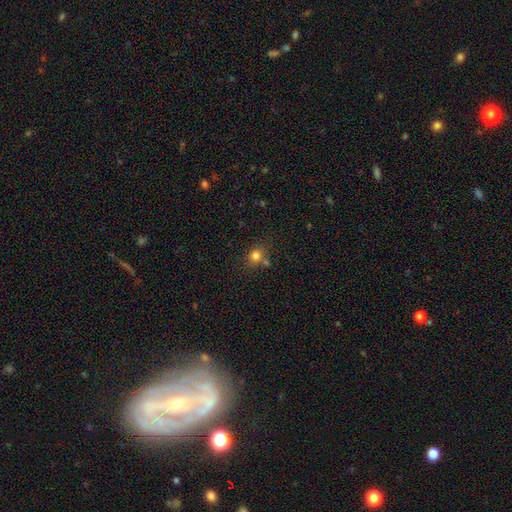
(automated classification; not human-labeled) Smooth or featured: smooth — 79% (star or artifact — 13%)
How rounded: round — 70% (in between — 29%)
Merging: none — 65% (merger — 17%)